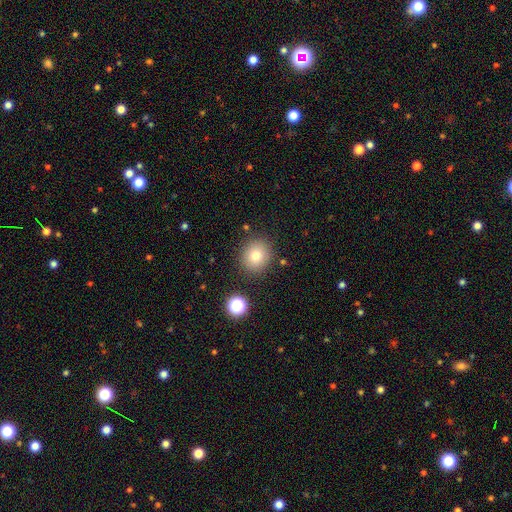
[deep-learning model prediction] Smooth or featured?
  - smooth: 78% *
  - star or artifact: 13%
  - featured or disk: 10%
How rounded?
  - round: 85% *
  - in between: 15%
  - cigar-shaped: 1%
Merging?
  - none: 85% *
  - minor disturbance: 9%
  - merger: 3%
  - major disturbance: 3%